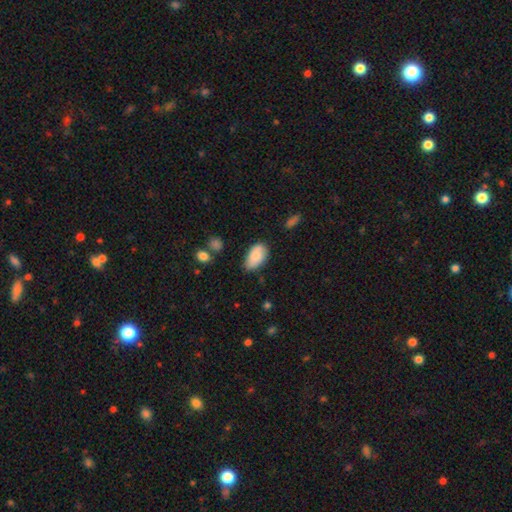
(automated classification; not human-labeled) A smooth galaxy with no disk features (85%) that is in between round and cigar-shaped (94%). Merging: none (71%).